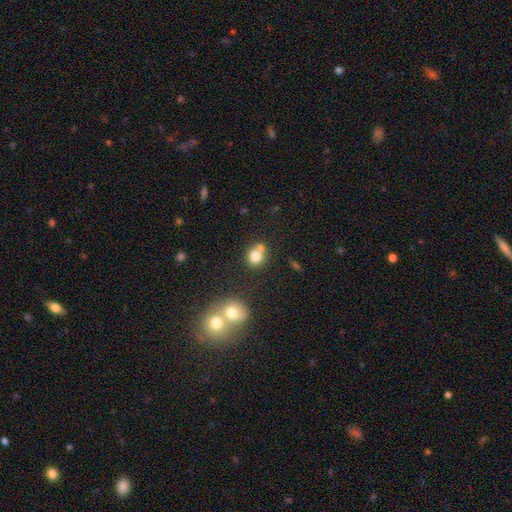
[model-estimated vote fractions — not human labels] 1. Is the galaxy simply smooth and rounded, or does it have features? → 79% smooth, 11% star or artifact, 10% featured or disk.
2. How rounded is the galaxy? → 72% round, 27% in between, 1% cigar-shaped.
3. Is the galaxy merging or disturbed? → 47% none, 35% merger, 13% minor disturbance, 5% major disturbance.